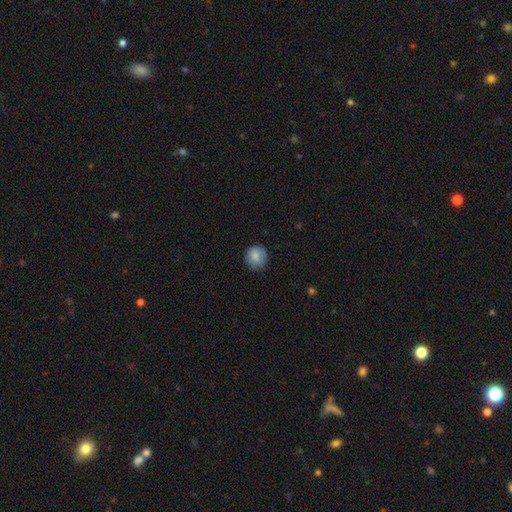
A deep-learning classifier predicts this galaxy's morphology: type=smooth (84%); roundness=round (90%); merging=none (81%).